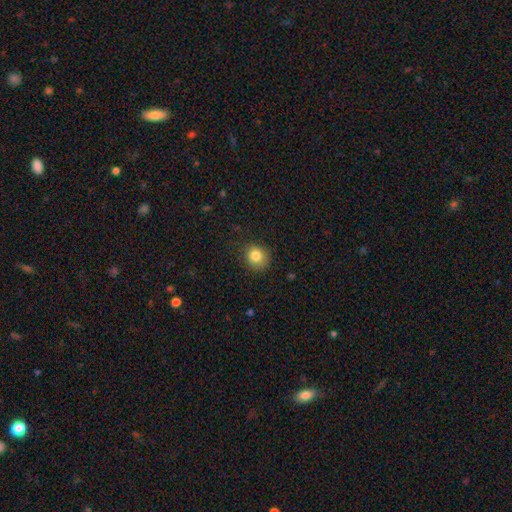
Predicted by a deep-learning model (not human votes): Smooth or featured? smooth (82%)
How rounded? round (83%)
Merging? none (84%)